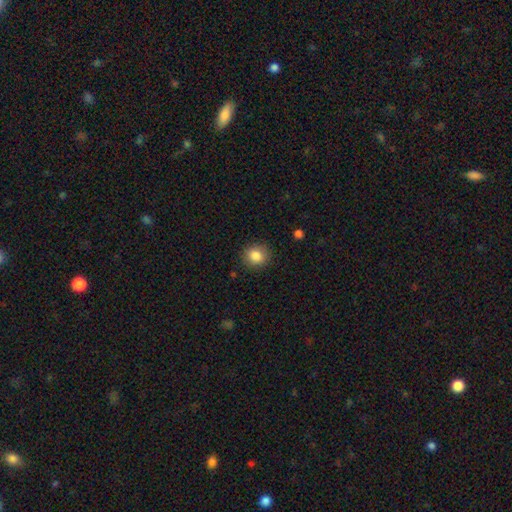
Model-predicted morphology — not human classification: Smooth or featured: smooth — 85% (star or artifact — 10%)
How rounded: round — 83% (in between — 16%)
Merging: none — 87% (minor disturbance — 10%)